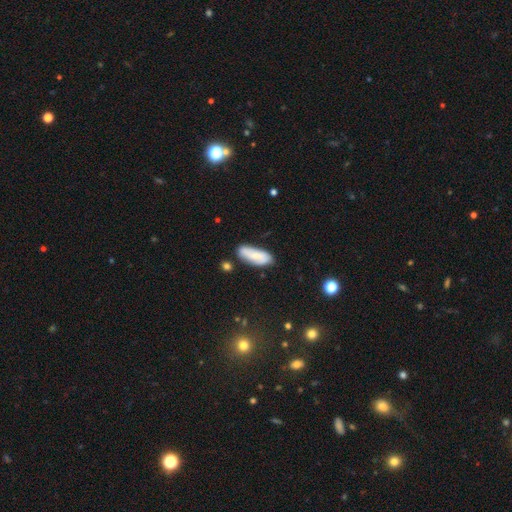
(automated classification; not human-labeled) Smooth or featured: smooth — 68% (featured or disk — 25%)
How rounded: in between — 72% (cigar-shaped — 26%)
Merging: none — 72% (minor disturbance — 19%)